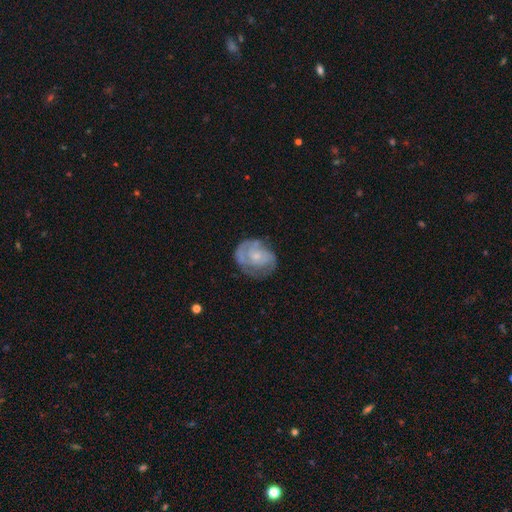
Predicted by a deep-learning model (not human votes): Smooth or featured? Predicted: featured or disk (p=0.69). Edge-on disk? Predicted: no (p=0.98). Bar? Predicted: no (p=0.76). Spiral arms? Predicted: yes (p=0.82). Spiral winding? Predicted: tight (p=0.52). Spiral arm count? Predicted: 2 (p=0.47). Bulge size? Predicted: small (p=0.65). Merging? Predicted: none (p=0.61).